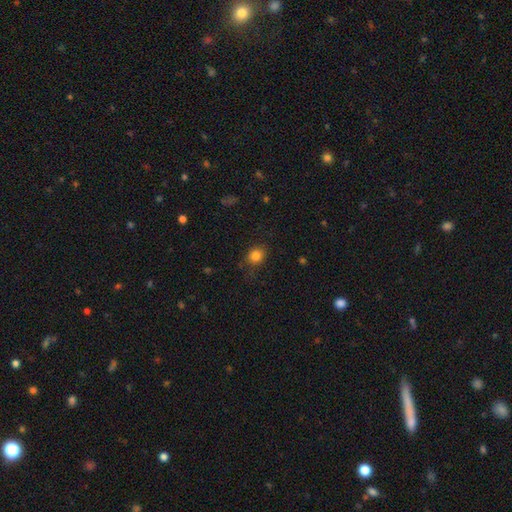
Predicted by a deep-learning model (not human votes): Smooth or featured? Predicted: smooth (p=0.83). How rounded? Predicted: round (p=0.70). Merging? Predicted: none (p=0.77).